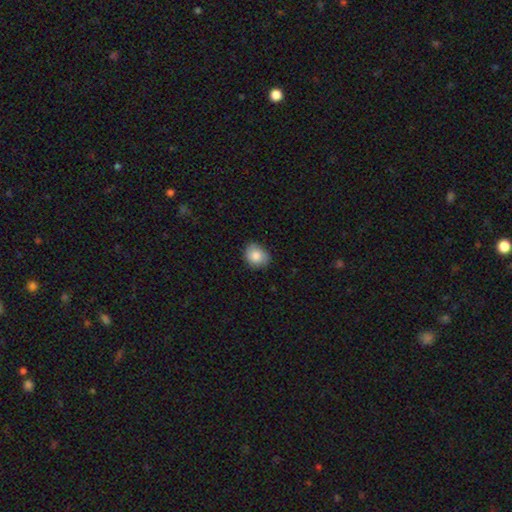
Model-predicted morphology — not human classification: A smooth galaxy with no disk features (85%) that is round (58%). Merging: none (75%).